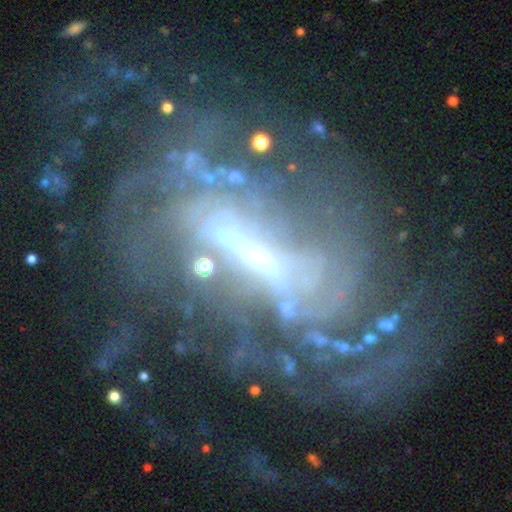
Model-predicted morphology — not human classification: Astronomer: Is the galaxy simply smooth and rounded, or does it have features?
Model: featured or disk — 80%.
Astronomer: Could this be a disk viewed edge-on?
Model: no — 91%.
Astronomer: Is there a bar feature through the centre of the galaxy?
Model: strong — 54%.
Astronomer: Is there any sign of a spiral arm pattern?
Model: yes — 76%.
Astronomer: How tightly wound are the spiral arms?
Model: tight — 38% (runner-up: medium, 34%).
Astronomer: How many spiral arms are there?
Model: can't tell — 42% (runner-up: 2, 20%).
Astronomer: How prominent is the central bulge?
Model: small — 58%.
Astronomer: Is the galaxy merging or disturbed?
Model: none — 45% (runner-up: major disturbance, 30%).